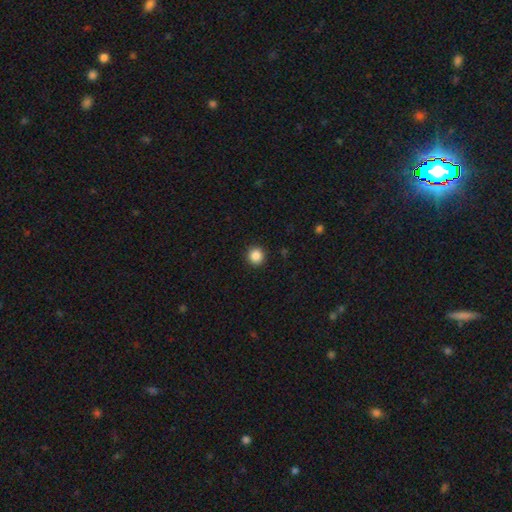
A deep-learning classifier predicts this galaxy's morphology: A smooth galaxy with no disk features (86%) that is round (95%). Merging: none (93%).